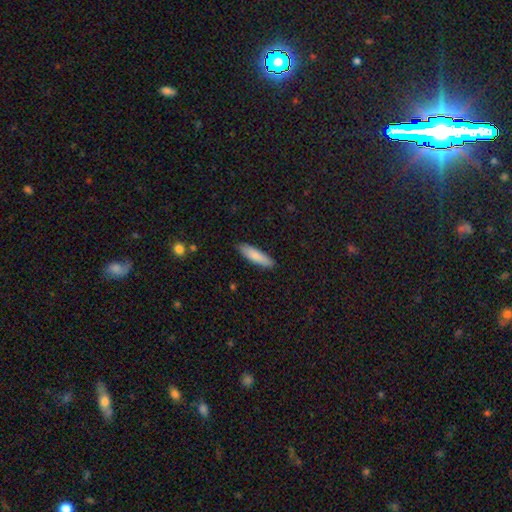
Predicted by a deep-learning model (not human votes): smooth-or-featured: smooth: 85% | featured or disk: 10% | star or artifact: 6%
  how-rounded: cigar-shaped: 68% | in between: 30% | round: 1%
  merging: none: 88% | minor disturbance: 9% | major disturbance: 2% | merger: 1%